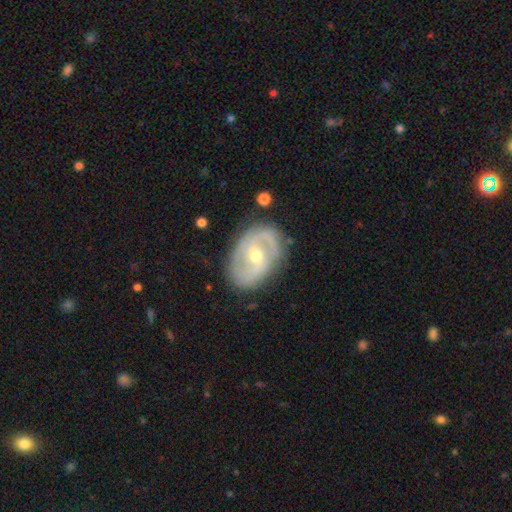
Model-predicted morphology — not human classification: featured or disk 80%, smooth 14%, star or artifact 6%. Down the decision tree: edge-on disk — no (96%); bar — weak (44%); spiral arms — yes (83%); spiral arm count — 2 (78%); spiral winding — medium (45%); bulge size — moderate (54%); merging — none (76%).